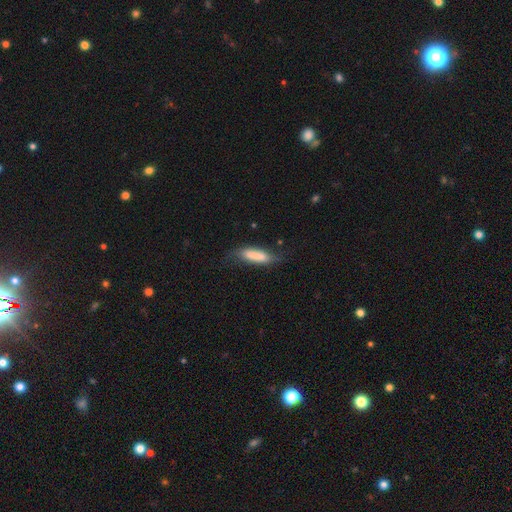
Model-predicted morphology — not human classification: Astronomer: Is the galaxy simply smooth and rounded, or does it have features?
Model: smooth — 74%.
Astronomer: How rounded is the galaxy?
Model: cigar-shaped — 65%.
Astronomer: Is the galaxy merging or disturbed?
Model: none — 54% (runner-up: minor disturbance, 31%).